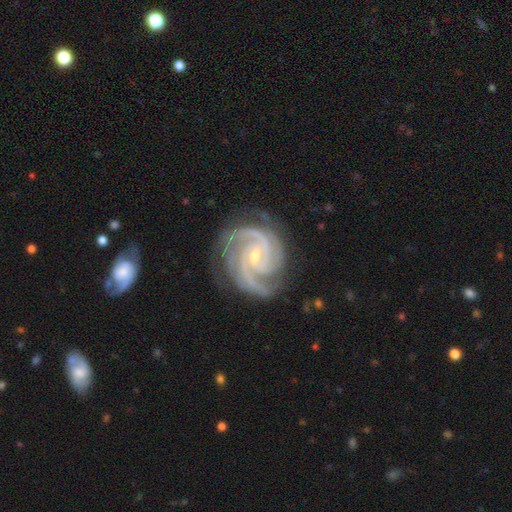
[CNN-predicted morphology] Smooth or featured? featured or disk (94%)
Edge-on disk? no (98%)
Bar? no (49%)
Spiral arms? yes (99%)
Spiral winding? tight (68%)
Spiral arm count? 3 (48%)
Bulge size? small (74%)
Merging? none (78%)